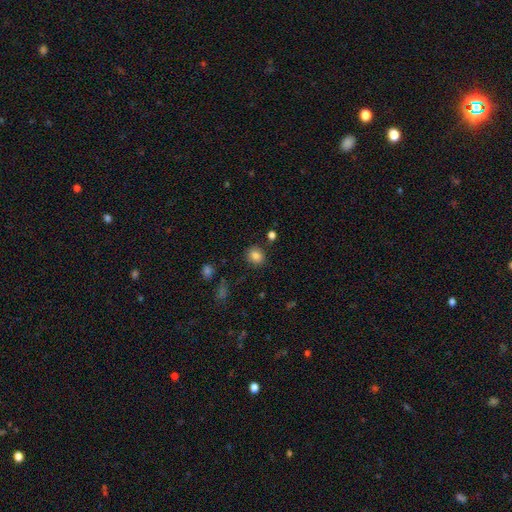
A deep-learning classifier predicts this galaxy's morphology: Overall: smooth (83%). How rounded: round (74%). Merging: none (85%).